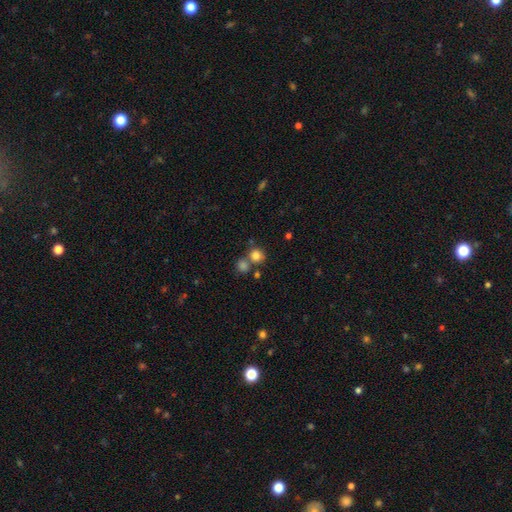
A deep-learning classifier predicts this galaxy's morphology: This appears to be a smooth galaxy with no disk features (80%) that is round (87%). Merging: none (63%).